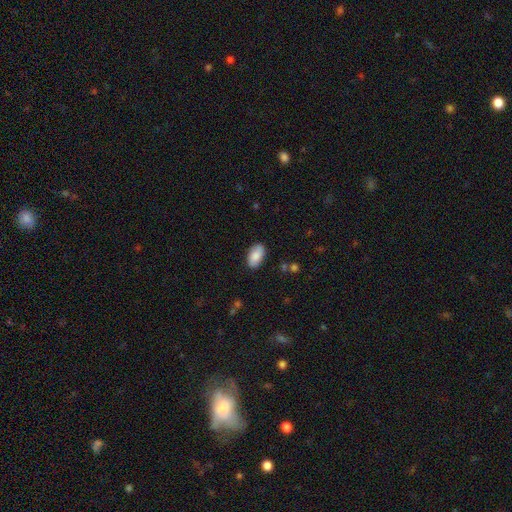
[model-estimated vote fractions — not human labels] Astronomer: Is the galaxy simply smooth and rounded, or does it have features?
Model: smooth — 78%.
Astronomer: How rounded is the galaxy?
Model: in between — 94%.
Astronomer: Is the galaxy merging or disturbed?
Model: none — 84%.